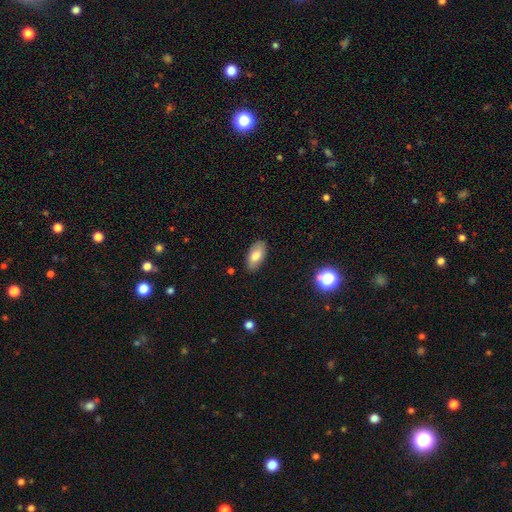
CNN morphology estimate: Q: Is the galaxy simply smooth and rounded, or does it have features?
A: smooth — 76%.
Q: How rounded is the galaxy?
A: in between — 93%.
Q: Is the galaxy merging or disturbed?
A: none — 86%.